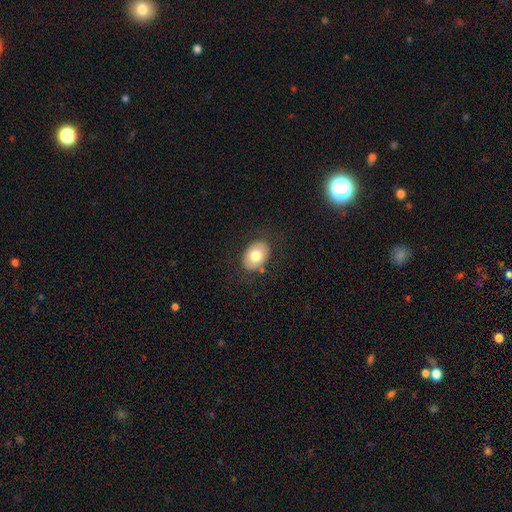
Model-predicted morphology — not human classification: Smooth or featured? smooth (77%)
How rounded? in between (80%)
Merging? none (82%)